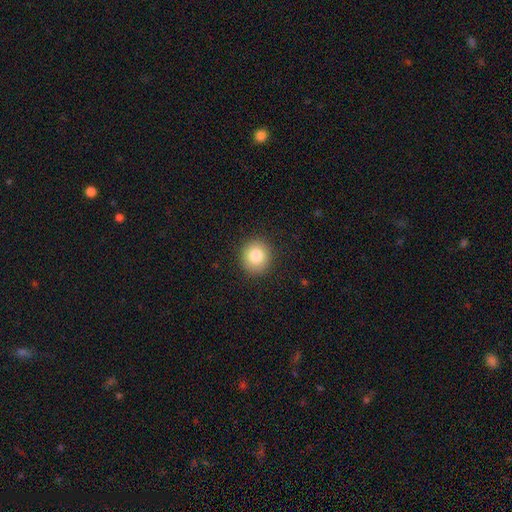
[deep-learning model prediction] The model was most divided on "smooth or featured": smooth: 82%, star or artifact: 10%, featured or disk: 8%. More confident: merging — none (90%); how rounded — round (89%).